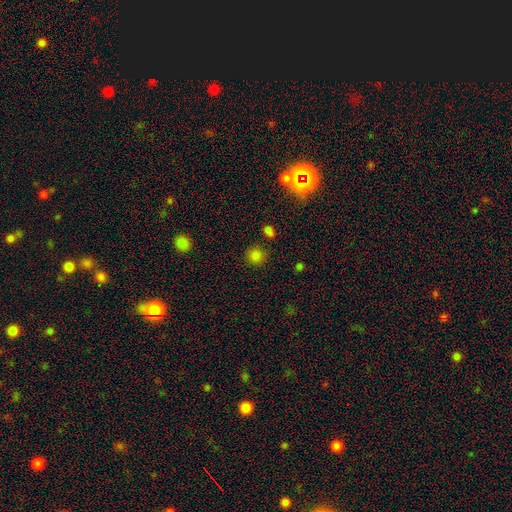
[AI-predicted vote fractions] Overall: smooth (79%). How rounded: round (91%). Merging: none (83%).